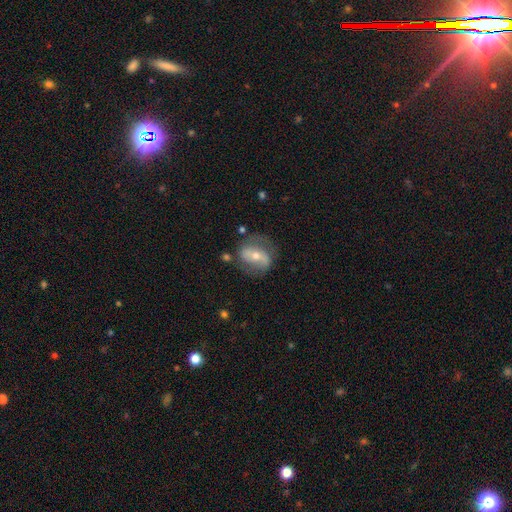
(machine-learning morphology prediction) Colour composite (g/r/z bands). It shows a featured or disk galaxy (67%) with a strong bar (38%), spiral arms (77%) and a moderate central bulge (55%). Merging: none (65%).